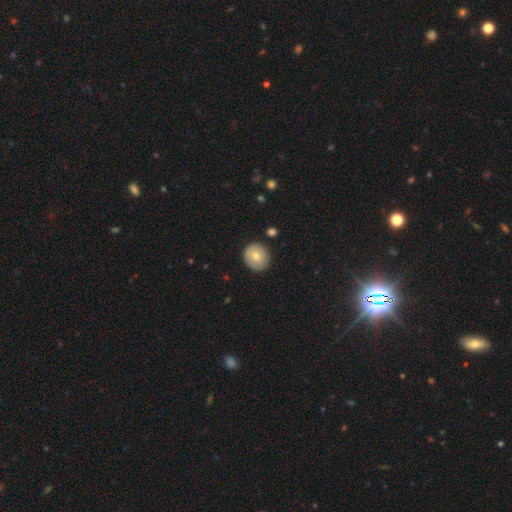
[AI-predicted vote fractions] Smooth or featured? Predicted: smooth (p=0.74). How rounded? Predicted: round (p=0.87). Merging? Predicted: none (p=0.85).